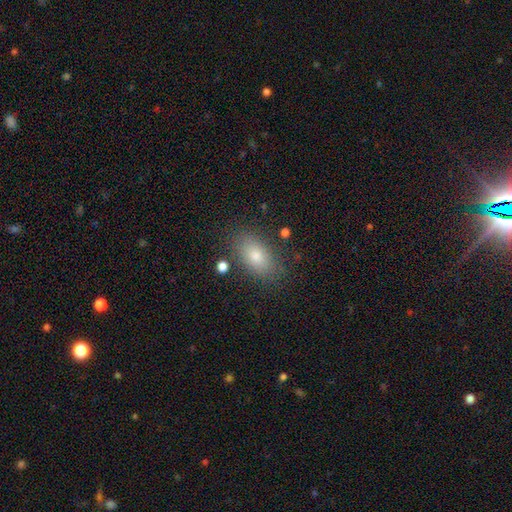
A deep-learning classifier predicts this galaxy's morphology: This is likely a smooth galaxy (78%). How rounded: clearly in between (89%). Merging: clearly none (82%).